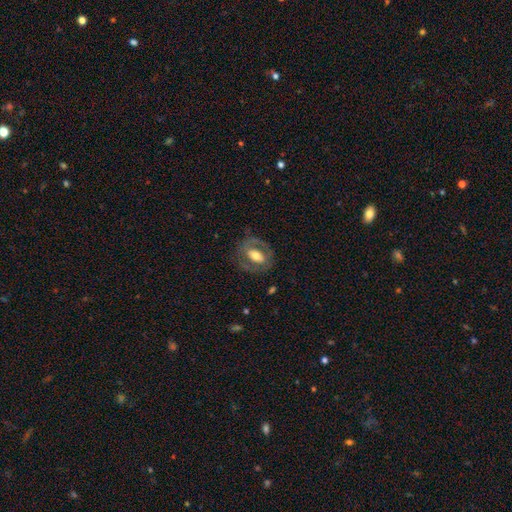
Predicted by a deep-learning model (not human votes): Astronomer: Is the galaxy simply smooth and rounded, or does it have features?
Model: featured or disk — 54% (runner-up: smooth, 40%).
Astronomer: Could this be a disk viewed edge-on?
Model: no — 92%.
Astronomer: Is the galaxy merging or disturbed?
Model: none — 70%.